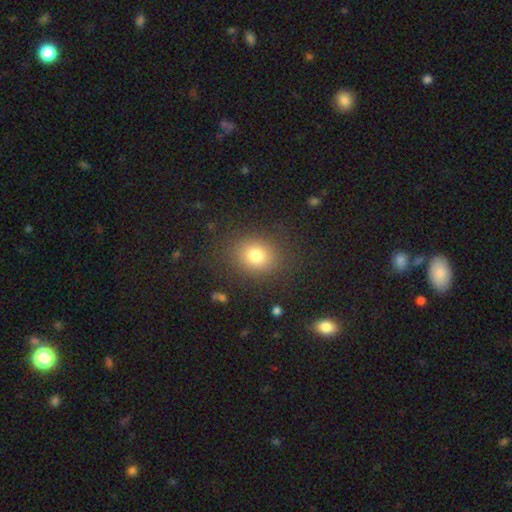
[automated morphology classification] Smooth or featured: smooth — 78% (star or artifact — 13%)
How rounded: round — 64% (in between — 35%)
Merging: none — 84% (minor disturbance — 10%)